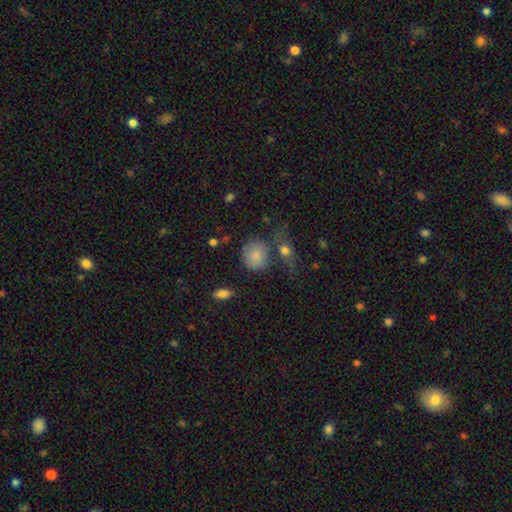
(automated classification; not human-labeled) Smooth or featured? smooth (81%)
How rounded? round (79%)
Merging? none (62%)